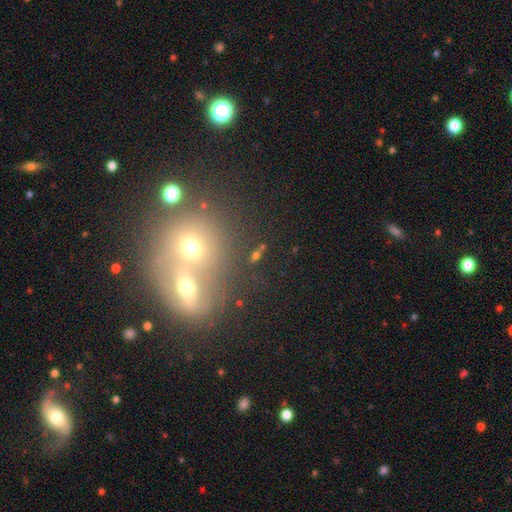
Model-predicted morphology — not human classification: Smooth or featured? Predicted: smooth (p=0.54). How rounded? Predicted: round (p=0.60). Merging? Predicted: none (p=0.51).